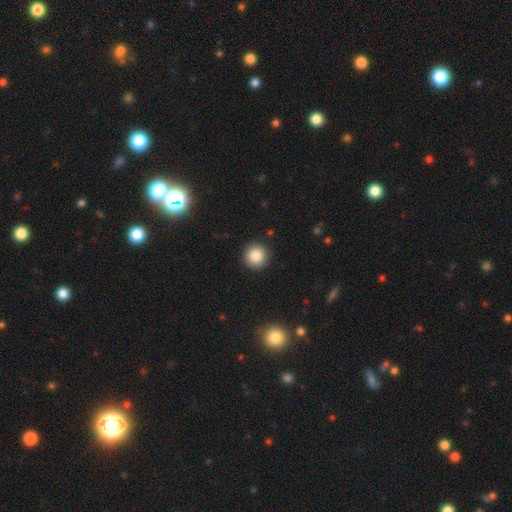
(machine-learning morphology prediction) smooth-or-featured: smooth: 85% | star or artifact: 10% | featured or disk: 6%
  how-rounded: round: 95% | in between: 4% | cigar-shaped: 1%
  merging: none: 91% | minor disturbance: 6% | major disturbance: 2% | merger: 1%